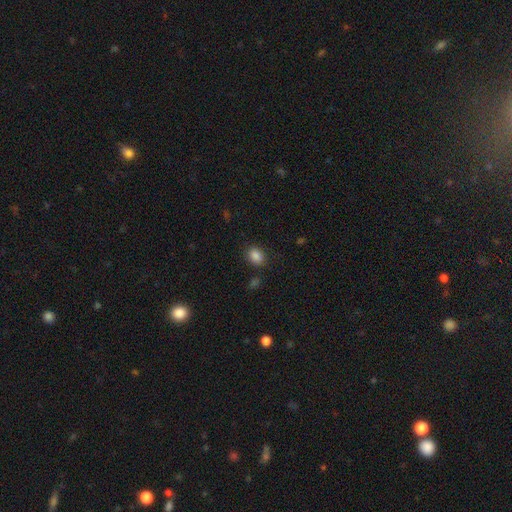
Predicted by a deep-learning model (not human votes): A smooth galaxy with no disk features (86%) that is in between round and cigar-shaped (61%).

Vote fractions:
- Smooth or featured? smooth: 86% / star or artifact: 10% / featured or disk: 4%
- How rounded? in between: 61% / round: 38% / cigar-shaped: 1%
- Merging? none: 82% / minor disturbance: 12% / major disturbance: 4% / merger: 3%